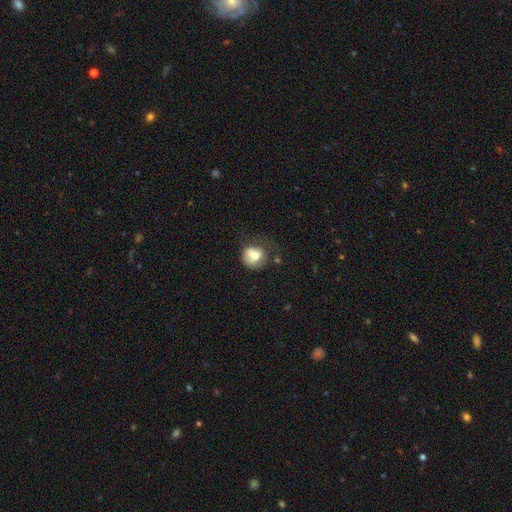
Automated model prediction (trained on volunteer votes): The model was most divided on "merging": none: 36%, minor disturbance: 24%, merger: 21%, major disturbance: 19%. More confident: smooth or featured — smooth (70%); how rounded — round (69%).